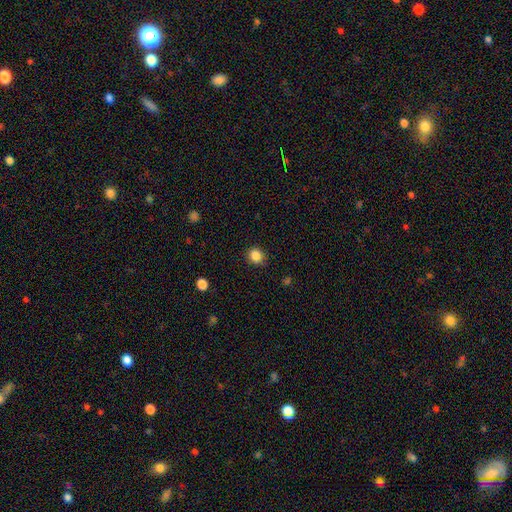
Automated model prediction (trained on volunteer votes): Q: Smooth or featured?
A: smooth (86%); runner-up: star or artifact (11%)
Q: How rounded?
A: round (79%); runner-up: in between (20%)
Q: Merging?
A: none (88%); runner-up: minor disturbance (9%)